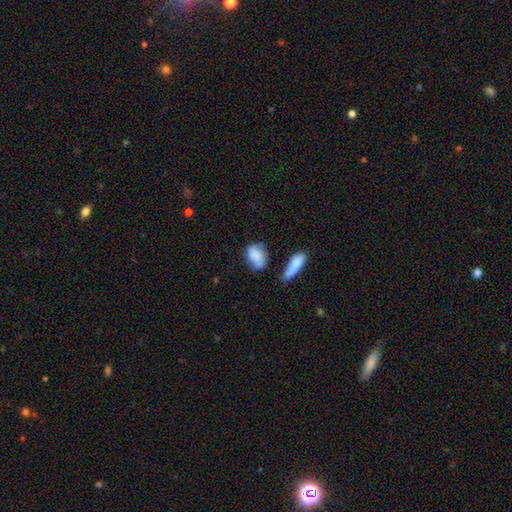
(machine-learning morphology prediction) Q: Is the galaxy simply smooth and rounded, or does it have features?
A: smooth — 82%.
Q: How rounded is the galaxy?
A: in between — 83%.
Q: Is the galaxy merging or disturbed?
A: none — 45%.